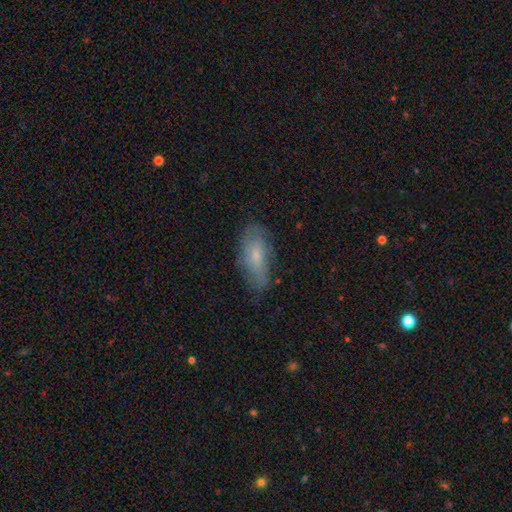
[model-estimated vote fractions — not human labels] smooth 56%, featured or disk 36%, star or artifact 8%. Down the decision tree: how rounded — in between (81%); merging — none (66%).